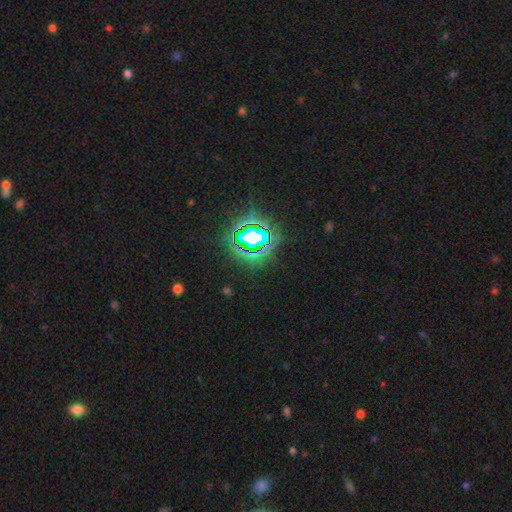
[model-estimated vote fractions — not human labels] The model was most divided on "smooth or featured": star or artifact: 85%, smooth: 10%, featured or disk: 5%.